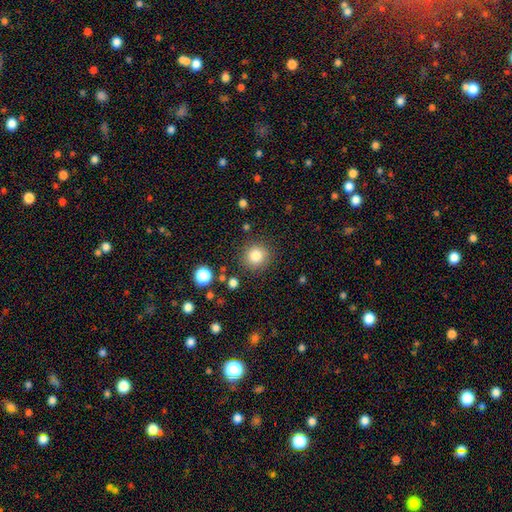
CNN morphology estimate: smooth-or-featured: smooth: 82% | star or artifact: 11% | featured or disk: 7%
  how-rounded: round: 93% | in between: 6% | cigar-shaped: 1%
  merging: none: 87% | minor disturbance: 8% | major disturbance: 3% | merger: 2%